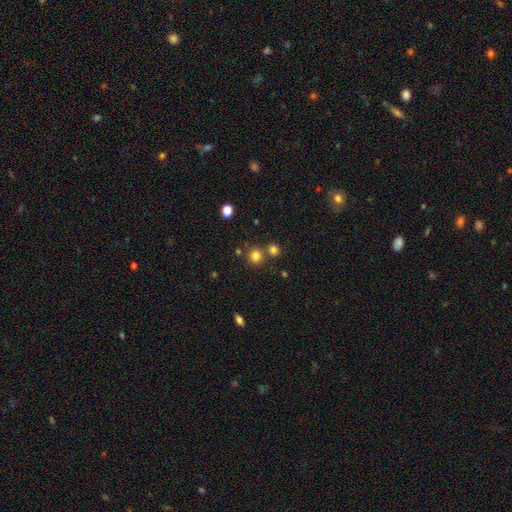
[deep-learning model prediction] The model was most divided on "merging": none: 73%, merger: 17%, minor disturbance: 7%, major disturbance: 3%. More confident: how rounded — round (88%); smooth or featured — smooth (79%).